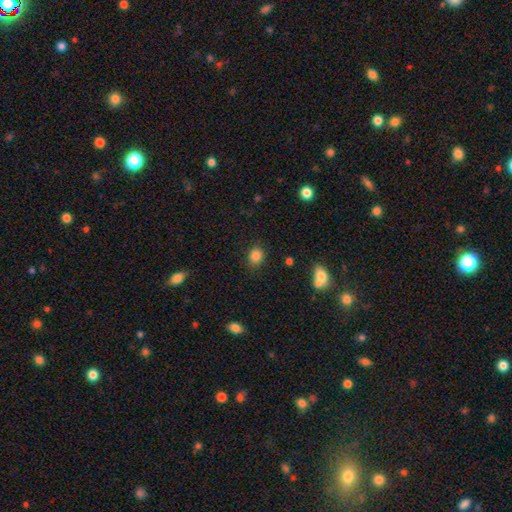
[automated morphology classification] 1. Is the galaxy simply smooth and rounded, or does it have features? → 84% smooth, 11% star or artifact, 5% featured or disk.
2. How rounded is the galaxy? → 69% round, 30% in between, 1% cigar-shaped.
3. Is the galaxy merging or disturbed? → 86% none, 9% minor disturbance, 3% major disturbance, 2% merger.